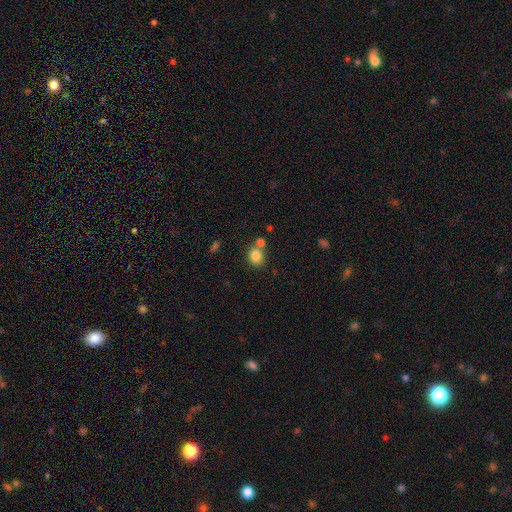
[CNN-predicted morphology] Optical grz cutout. It shows a smooth galaxy with no disk features (82%) that is round (71%). Merging: none (60%).